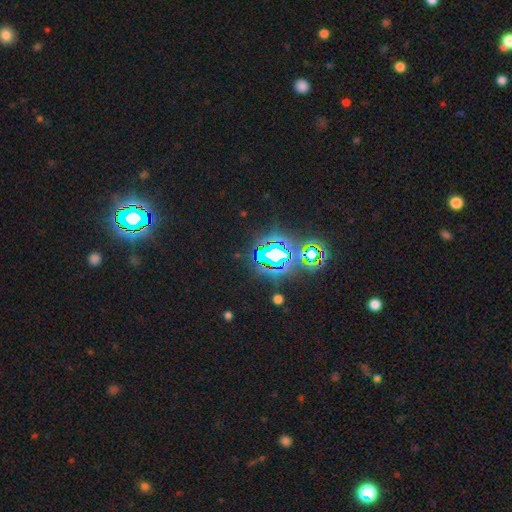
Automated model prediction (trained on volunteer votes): A star or artifact, not a galaxy (80%).

Vote fractions:
- Smooth or featured? star or artifact: 80% / smooth: 11% / featured or disk: 9%